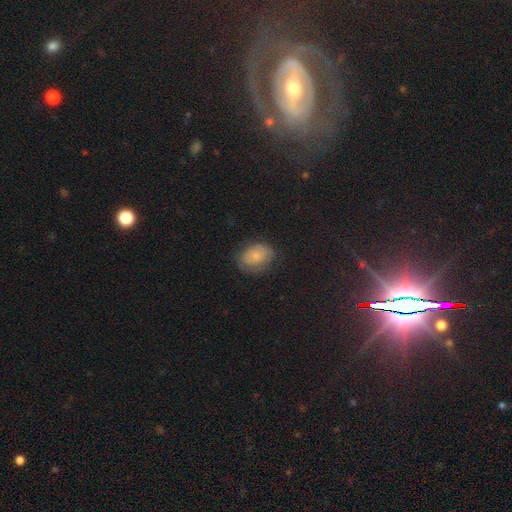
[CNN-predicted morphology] The model was most divided on "how rounded": in between: 70%, round: 29%, cigar-shaped: 1%. More confident: smooth or featured — smooth (72%); merging — none (69%).